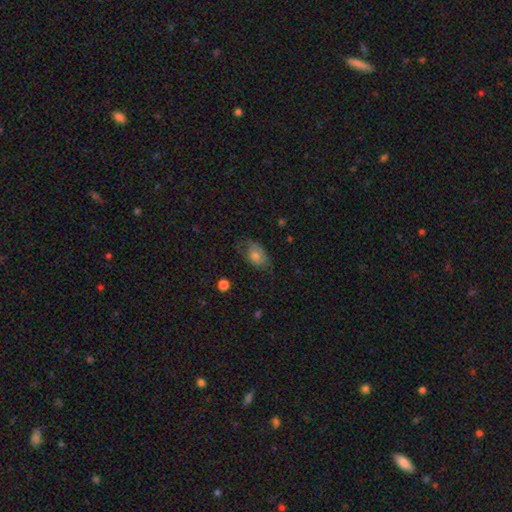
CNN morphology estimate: Smooth or featured?
  - smooth: 67% *
  - featured or disk: 23%
  - star or artifact: 10%
How rounded?
  - in between: 85% *
  - round: 13%
  - cigar-shaped: 2%
Merging?
  - none: 56% *
  - minor disturbance: 29%
  - major disturbance: 14%
  - merger: 1%